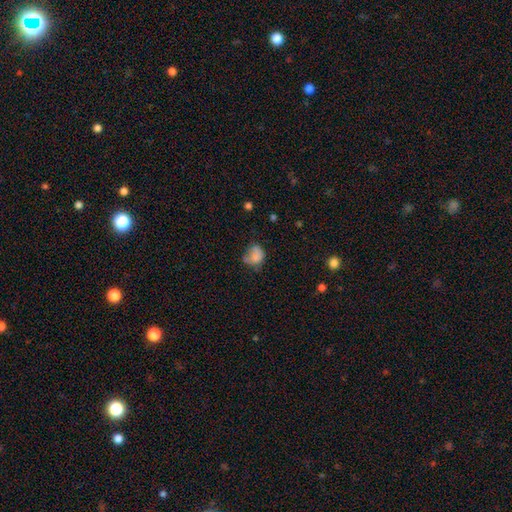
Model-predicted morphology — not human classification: Smooth or featured? smooth (75%)
How rounded? in between (52%)
Merging? none (39%)